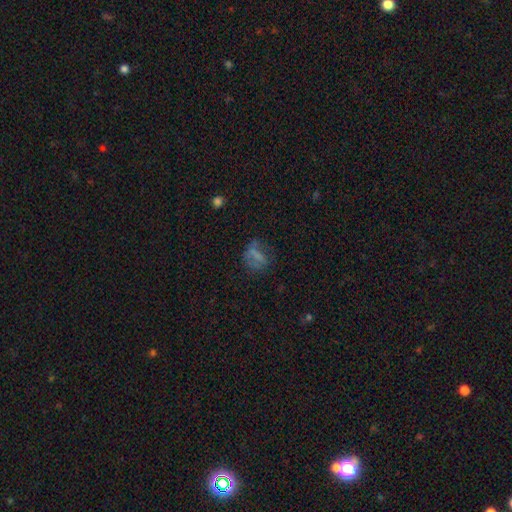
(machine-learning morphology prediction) Smooth or featured: smooth — 53% (featured or disk — 25%)
How rounded: round — 50% (in between — 43%)
Merging: none — 54% (minor disturbance — 21%)